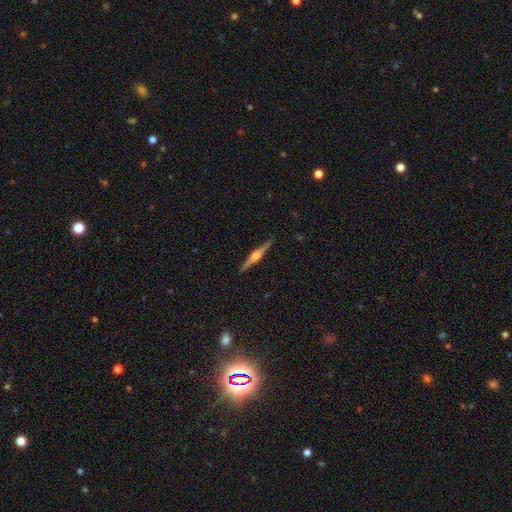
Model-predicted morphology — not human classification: Smooth or featured? Predicted: featured or disk (p=0.79). Edge-on disk? Predicted: yes (p=0.98). Edge-on bulge? Predicted: rounded (p=0.86). Merging? Predicted: none (p=0.92).